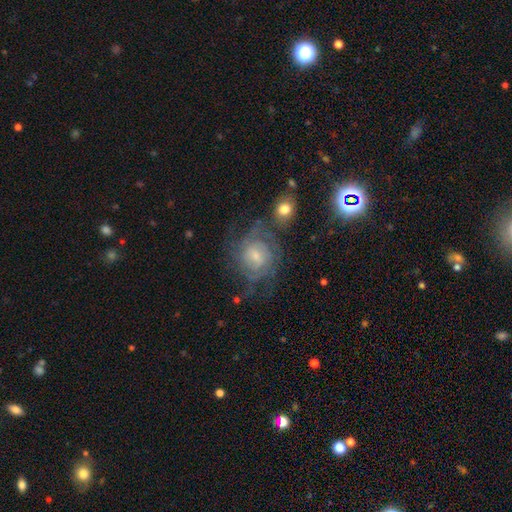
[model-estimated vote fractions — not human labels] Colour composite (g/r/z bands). It shows a featured or disk galaxy (76%) with no bar (48%), tight (59%) spiral arms (91%) and a small central bulge (54%). Merging: none (56%).